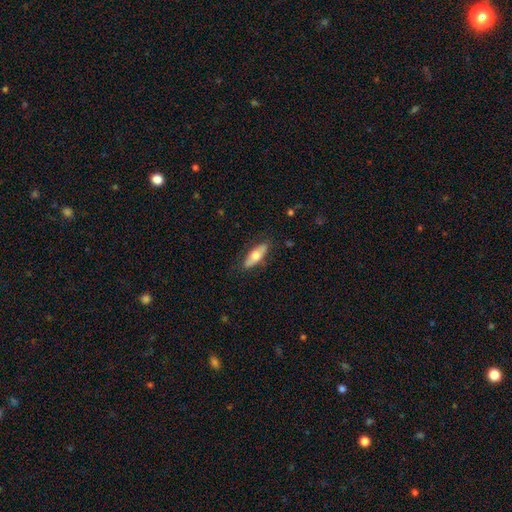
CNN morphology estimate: Smooth or featured?
  - smooth: 62% *
  - featured or disk: 32%
  - star or artifact: 6%
How rounded?
  - in between: 65% *
  - cigar-shaped: 33%
  - round: 2%
Merging?
  - none: 81% *
  - minor disturbance: 14%
  - major disturbance: 3%
  - merger: 1%